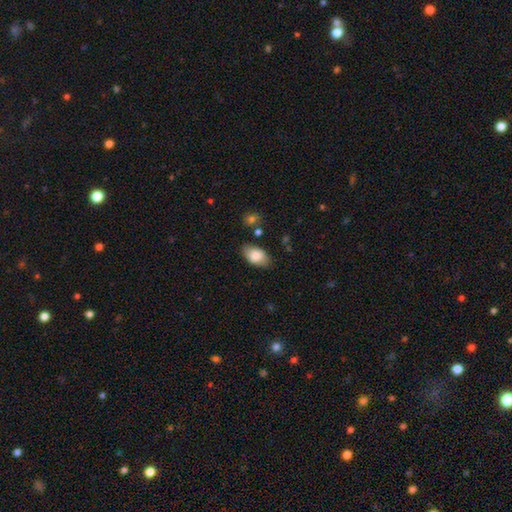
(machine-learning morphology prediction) The model was most divided on "merging": none: 79%, minor disturbance: 15%, major disturbance: 3%, merger: 3%. More confident: how rounded — in between (92%); smooth or featured — smooth (83%).